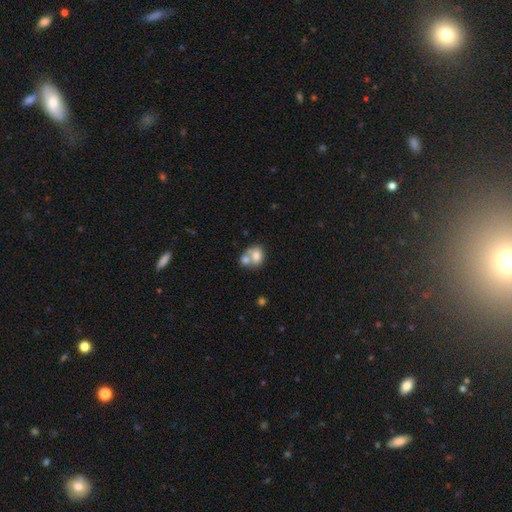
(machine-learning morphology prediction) Smooth or featured: smooth — 70% (featured or disk — 21%)
How rounded: in between — 56% (round — 43%)
Merging: merger — 60% (none — 25%)